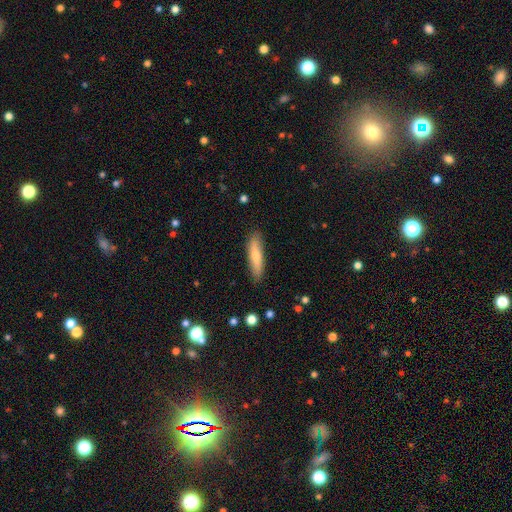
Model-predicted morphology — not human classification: A smooth galaxy with no disk features (69%) that is cigar-shaped (74%).

Vote fractions:
- Smooth or featured? smooth: 69% / featured or disk: 25% / star or artifact: 6%
- How rounded? cigar-shaped: 74% / in between: 24% / round: 2%
- Merging? none: 84% / minor disturbance: 13% / major disturbance: 2% / merger: 1%